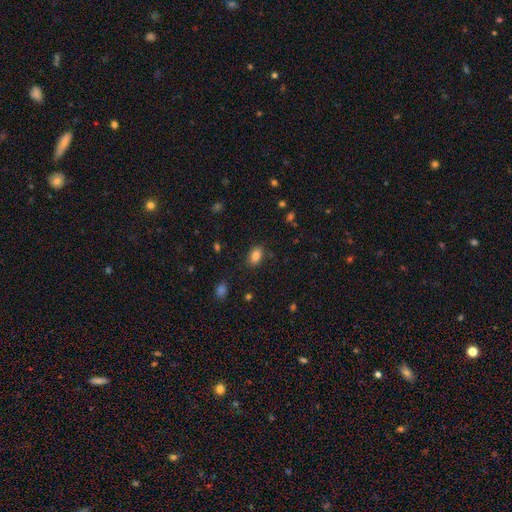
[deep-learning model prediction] smooth_or_featured: smooth (p=0.84) [alt: star or artifact p=0.10]
how_rounded: in between (p=0.81) [alt: round p=0.18]
merging: none (p=0.85) [alt: minor disturbance p=0.11]